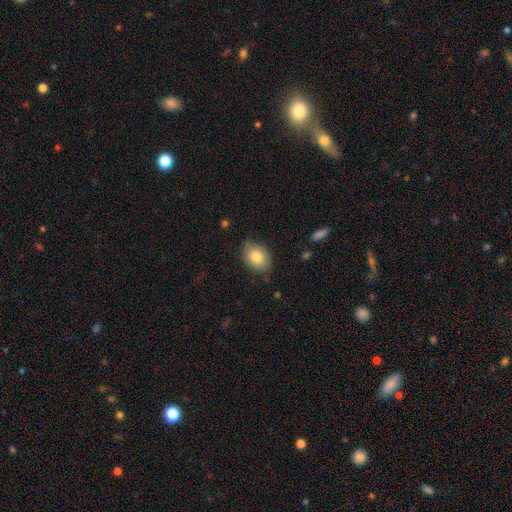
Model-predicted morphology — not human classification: type=smooth (82%); roundness=in between (79%); merging=none (80%).